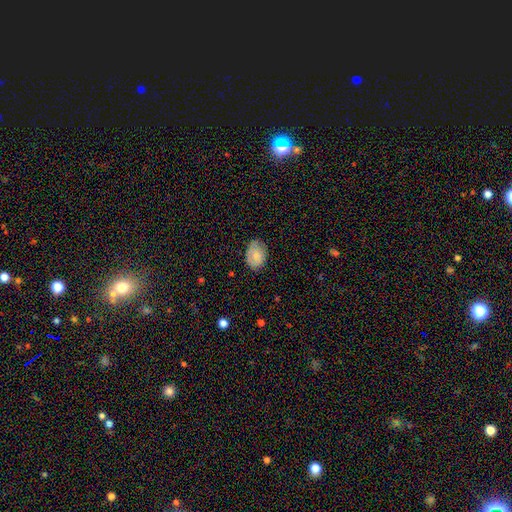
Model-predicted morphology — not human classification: Smooth or featured? Predicted: smooth (p=0.80). How rounded? Predicted: in between (p=0.78). Merging? Predicted: none (p=0.72).